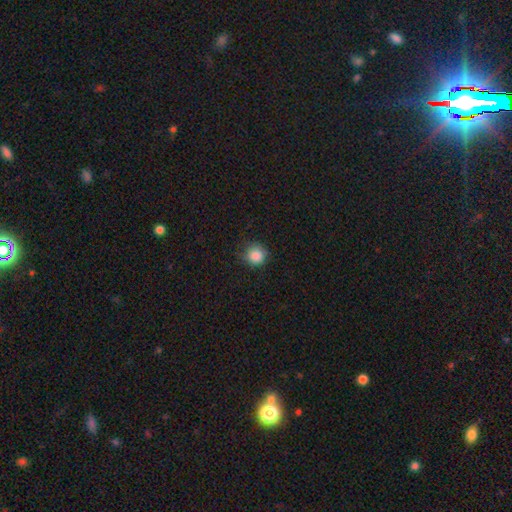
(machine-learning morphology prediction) Smooth or featured?
  - smooth: 86% *
  - star or artifact: 10%
  - featured or disk: 4%
How rounded?
  - round: 93% *
  - in between: 7%
  - cigar-shaped: 1%
Merging?
  - none: 79% *
  - minor disturbance: 17%
  - major disturbance: 4%
  - merger: 1%